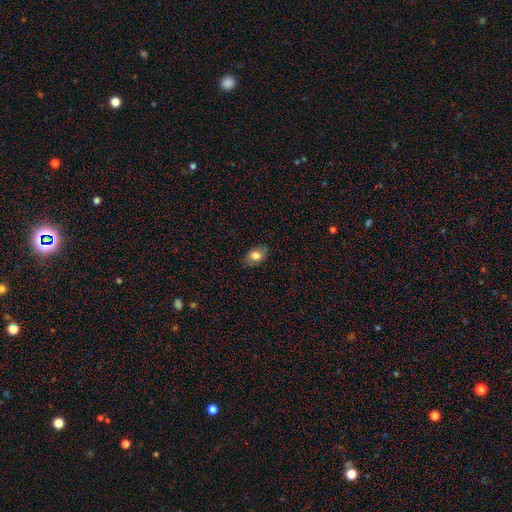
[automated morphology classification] smooth-or-featured: smooth: 77% | featured or disk: 15% | star or artifact: 8%
  how-rounded: in between: 82% | round: 16% | cigar-shaped: 1%
  merging: none: 80% | minor disturbance: 16% | major disturbance: 4% | merger: 1%